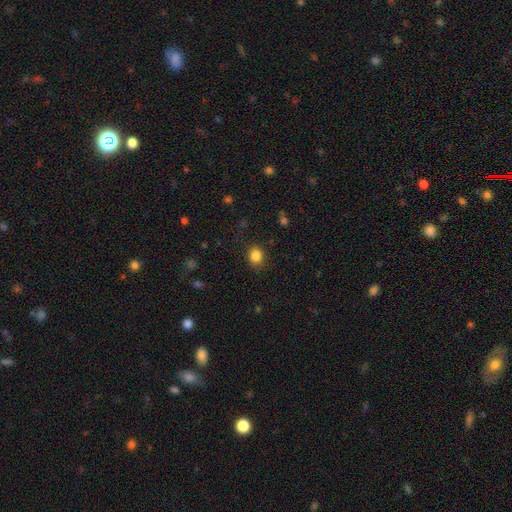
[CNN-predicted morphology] Smooth or featured?
  - smooth: 85% *
  - star or artifact: 11%
  - featured or disk: 4%
How rounded?
  - round: 72% *
  - in between: 27%
  - cigar-shaped: 1%
Merging?
  - none: 85% *
  - minor disturbance: 10%
  - major disturbance: 3%
  - merger: 1%